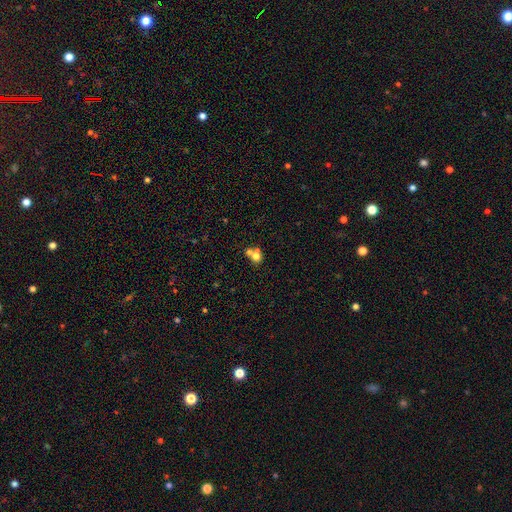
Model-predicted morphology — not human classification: smooth 70%, featured or disk 15%, star or artifact 15%. Down the decision tree: how rounded — round (79%); merging — merger (51%).